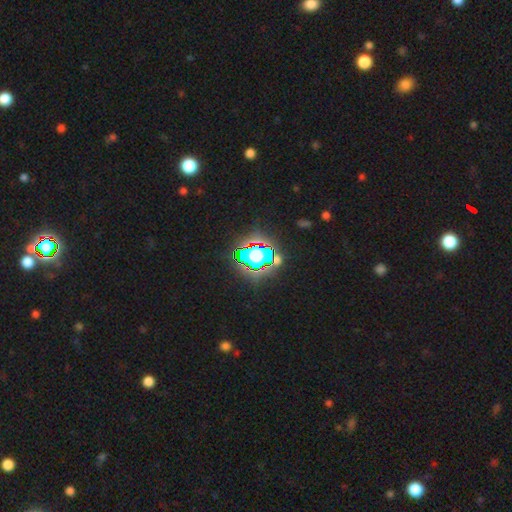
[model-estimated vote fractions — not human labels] The model was most divided on "smooth or featured": star or artifact: 66%, smooth: 22%, featured or disk: 13%.